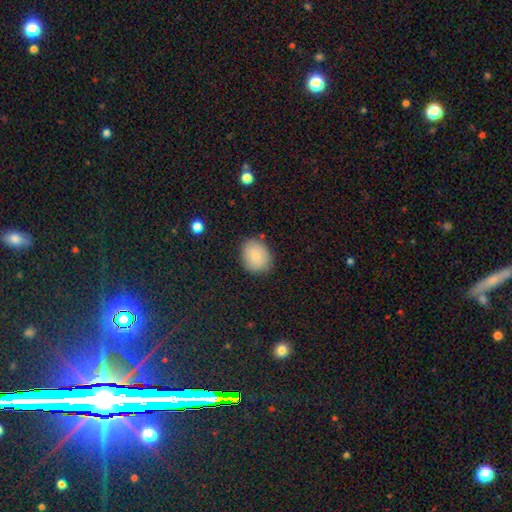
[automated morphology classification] A smooth galaxy with no disk features (83%) that is round (50%).

Vote fractions:
- Smooth or featured? smooth: 83% / featured or disk: 9% / star or artifact: 8%
- How rounded? round: 50% / in between: 49% / cigar-shaped: 1%
- Merging? none: 82% / minor disturbance: 13% / major disturbance: 3% / merger: 2%